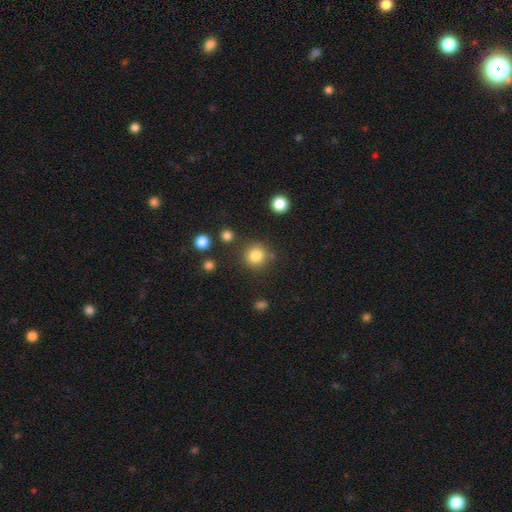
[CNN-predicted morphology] Overall: smooth (83%). How rounded: round (93%). Merging: none (83%).